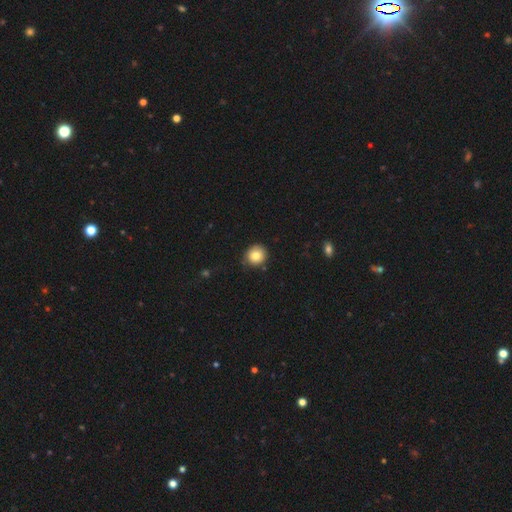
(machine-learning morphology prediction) Smooth or featured?
  - smooth: 81% *
  - star or artifact: 10%
  - featured or disk: 9%
How rounded?
  - round: 91% *
  - in between: 9%
  - cigar-shaped: 1%
Merging?
  - none: 85% *
  - minor disturbance: 12%
  - major disturbance: 2%
  - merger: 2%